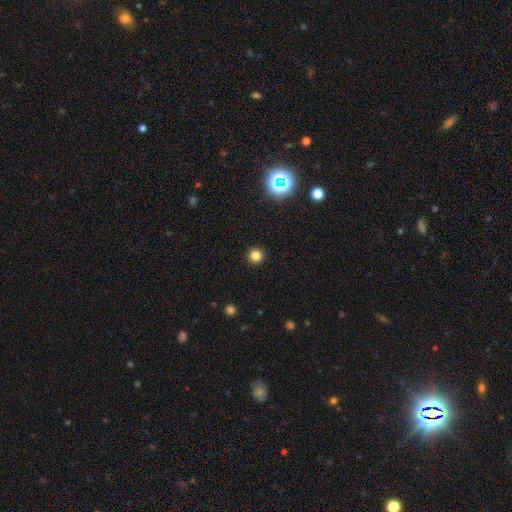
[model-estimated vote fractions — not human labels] A smooth galaxy with no disk features (81%) that is round (95%). Merging: none (93%).